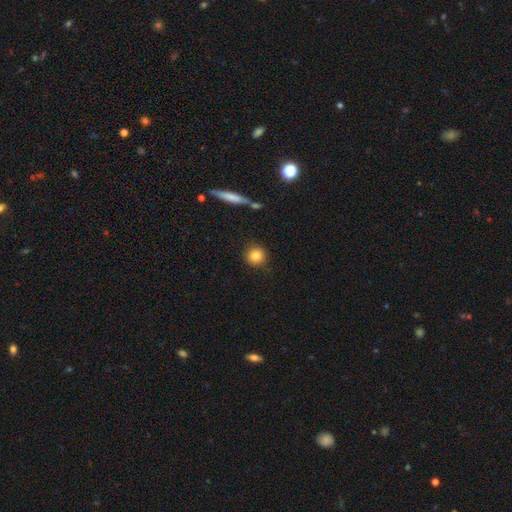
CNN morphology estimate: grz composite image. It shows a smooth galaxy with no disk features (83%) that is round (91%). Merging: none (87%).